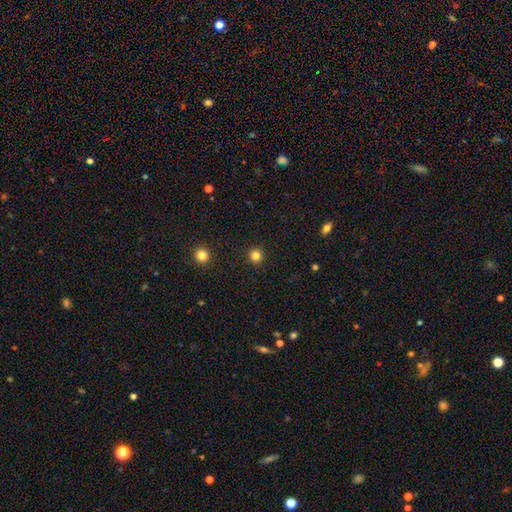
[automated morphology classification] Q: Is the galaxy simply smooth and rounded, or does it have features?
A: smooth — 82%.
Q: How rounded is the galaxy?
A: round — 95%.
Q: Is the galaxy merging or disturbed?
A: none — 92%.